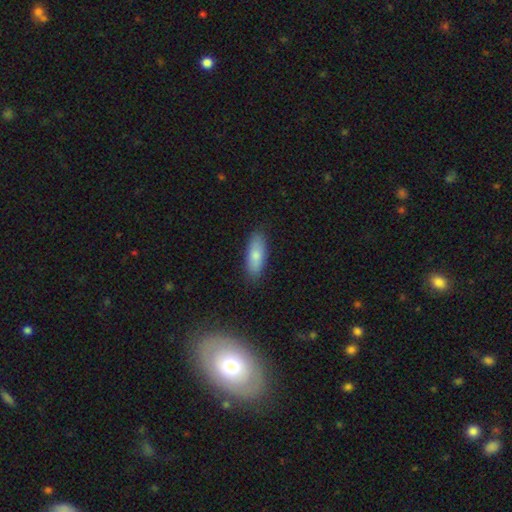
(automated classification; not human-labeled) Morphology: type=smooth (80%); roundness=in between (70%); merging=none (86%).